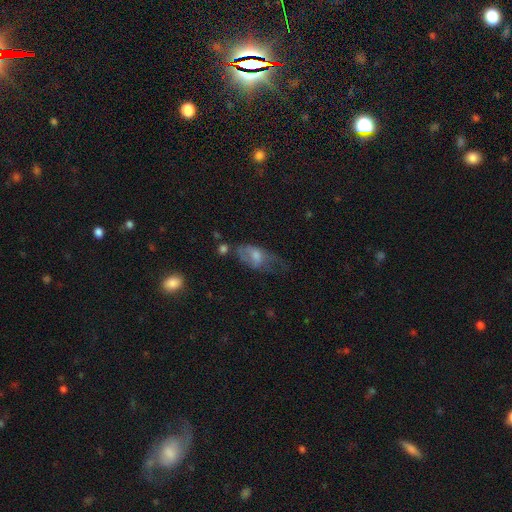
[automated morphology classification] Q: Smooth or featured?
A: smooth (47%); runner-up: featured or disk (43%)
Q: Merging?
A: major disturbance (34%); runner-up: none (32%)